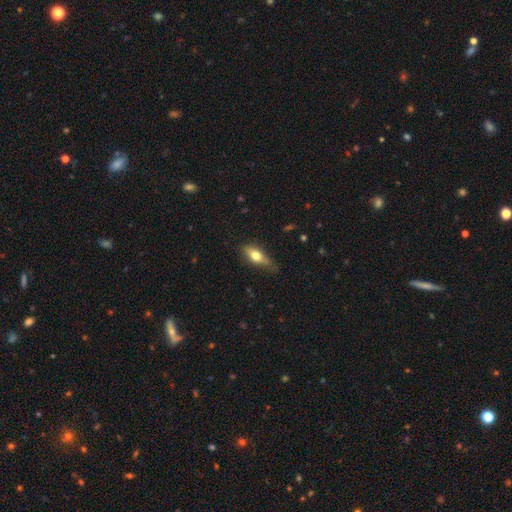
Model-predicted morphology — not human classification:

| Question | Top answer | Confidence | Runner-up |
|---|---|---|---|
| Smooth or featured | smooth | 64% | featured or disk (29%) |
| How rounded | in between | 67% | cigar-shaped (28%) |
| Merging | none | 55% | minor disturbance (34%) |